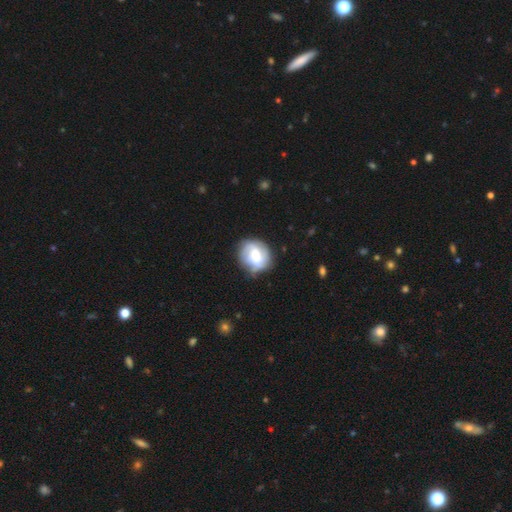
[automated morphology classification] This appears to be a featured or disk galaxy (66%) with a weak bar (47%), 2 (39%) tight (40%, tied with medium) spiral arms (88%) and a moderate central bulge (64%). Merging: none (75%).